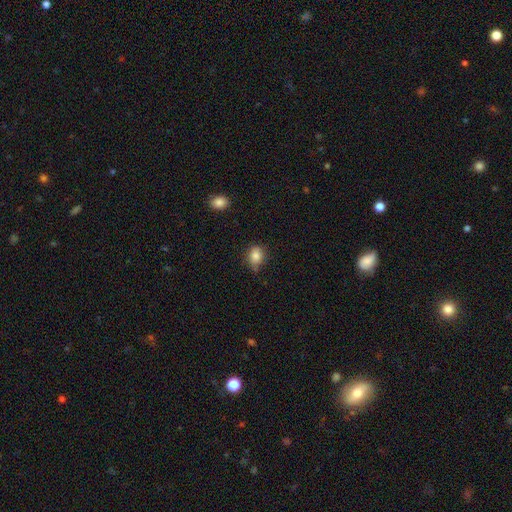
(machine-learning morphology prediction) A smooth galaxy with no disk features (84%) that is round (55%). Merging: none (68%).